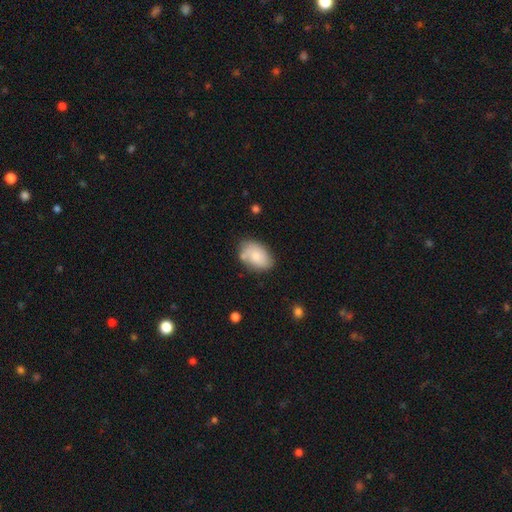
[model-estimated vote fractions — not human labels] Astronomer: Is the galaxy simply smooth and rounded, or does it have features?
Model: smooth — 71%.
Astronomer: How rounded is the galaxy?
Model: in between — 88%.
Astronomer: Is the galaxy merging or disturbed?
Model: none — 62%.